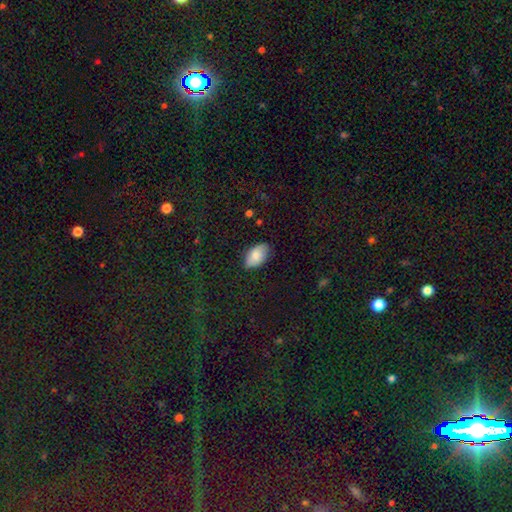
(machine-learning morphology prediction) Smooth or featured? Predicted: smooth (p=0.82). How rounded? Predicted: in between (p=0.94). Merging? Predicted: none (p=0.82).